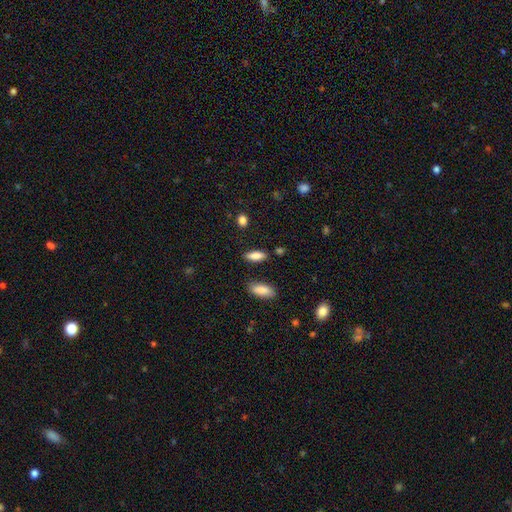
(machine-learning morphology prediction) The model was most divided on "how rounded": in between: 67%, cigar-shaped: 31%, round: 3%. More confident: smooth or featured — smooth (85%); merging — none (82%).